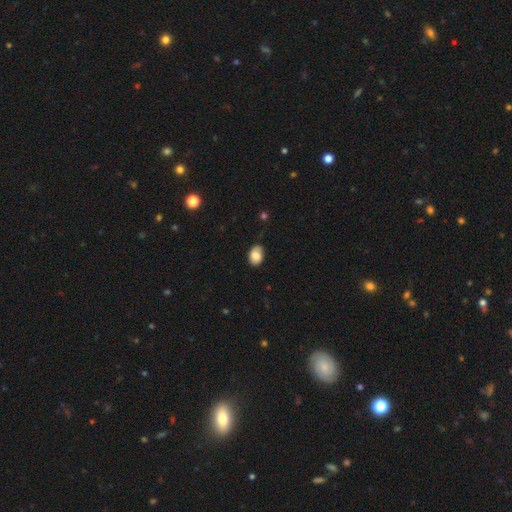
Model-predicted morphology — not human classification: smooth 80%, featured or disk 12%, star or artifact 8%. Down the decision tree: how rounded — in between (81%); merging — none (71%).